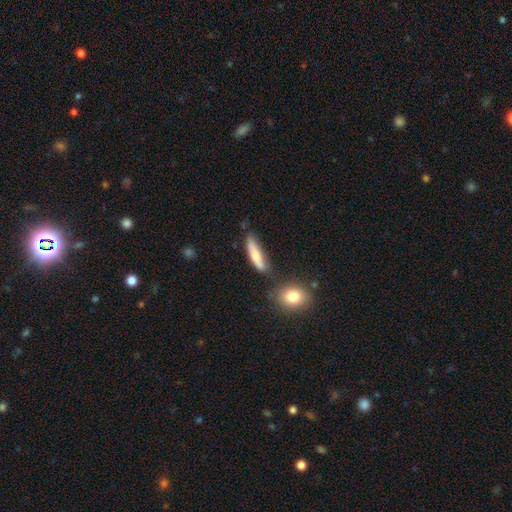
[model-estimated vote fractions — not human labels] smooth 72%, featured or disk 22%, star or artifact 7%. Down the decision tree: how rounded — cigar-shaped (73%); merging — none (61%).